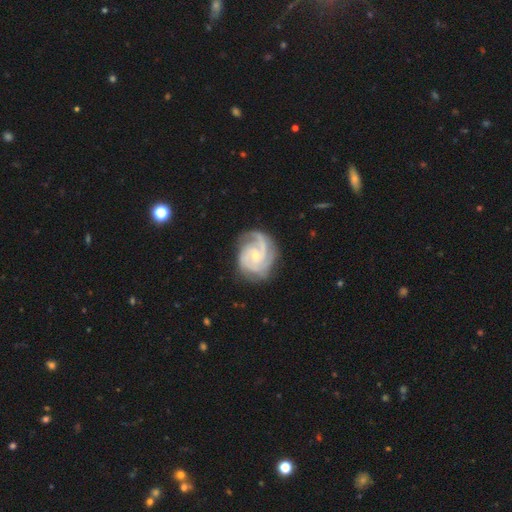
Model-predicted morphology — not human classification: Q: Smooth or featured?
A: featured or disk (90%); runner-up: smooth (6%)
Q: Edge-on disk?
A: no (98%); runner-up: yes (2%)
Q: Bar?
A: no (59%); runner-up: weak (35%)
Q: Spiral arms?
A: yes (98%); runner-up: no (2%)
Q: Spiral winding?
A: tight (52%); runner-up: medium (40%)
Q: Spiral arm count?
A: 3 (37%); runner-up: 2 (34%)
Q: Bulge size?
A: small (72%); runner-up: moderate (24%)
Q: Merging?
A: none (71%); runner-up: minor disturbance (19%)